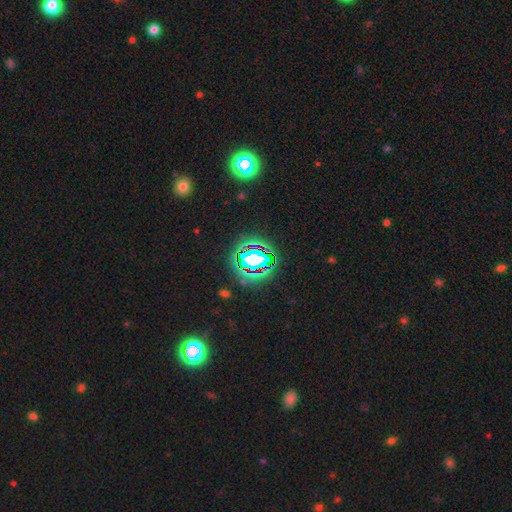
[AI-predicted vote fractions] A star or artifact, not a galaxy (74%).